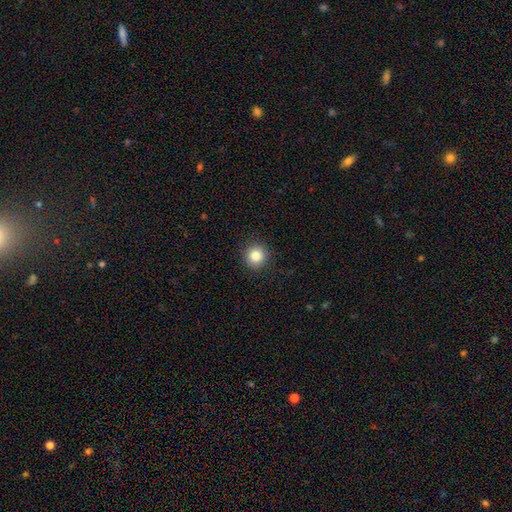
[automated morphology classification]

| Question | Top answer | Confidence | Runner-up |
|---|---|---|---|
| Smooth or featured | smooth | 84% | star or artifact (11%) |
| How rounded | round | 94% | in between (5%) |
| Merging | none | 92% | minor disturbance (5%) |